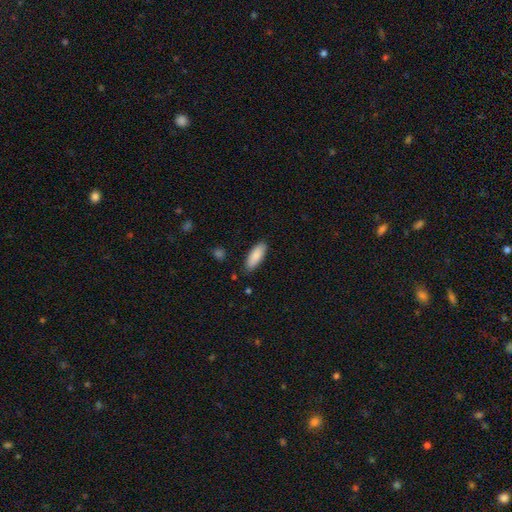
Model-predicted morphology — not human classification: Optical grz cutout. It shows a smooth galaxy with no disk features (87%) that is in between round and cigar-shaped (70%). Merging: none (85%).